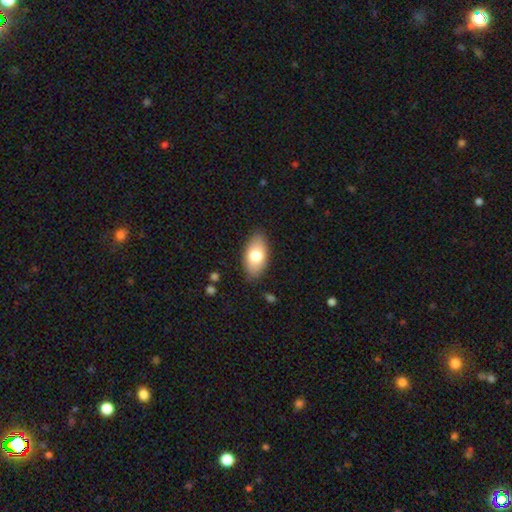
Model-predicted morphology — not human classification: Smooth or featured? Predicted: smooth (p=0.75). How rounded? Predicted: in between (p=0.93). Merging? Predicted: none (p=0.86).